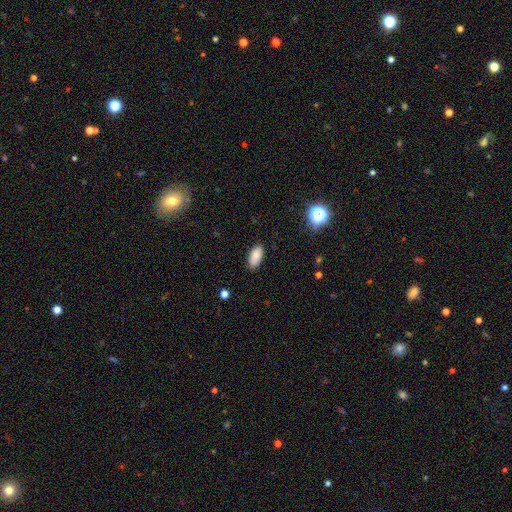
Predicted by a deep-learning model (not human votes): Overall: smooth (86%). How rounded: in between (93%). Merging: none (84%).